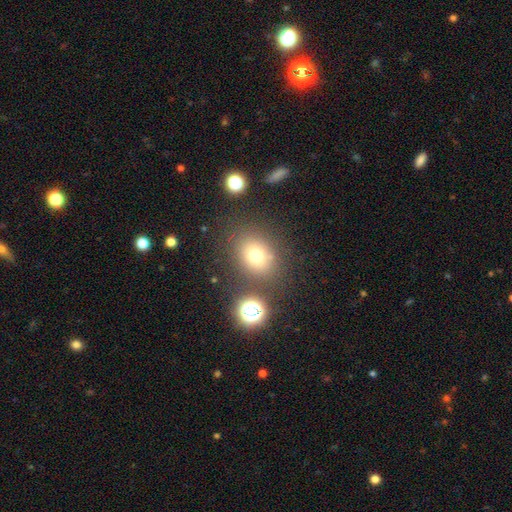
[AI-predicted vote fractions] smooth_or_featured: smooth (p=0.72) [alt: star or artifact p=0.17]
how_rounded: round (p=0.62) [alt: in between p=0.37]
merging: none (p=0.78) [alt: minor disturbance p=0.11]